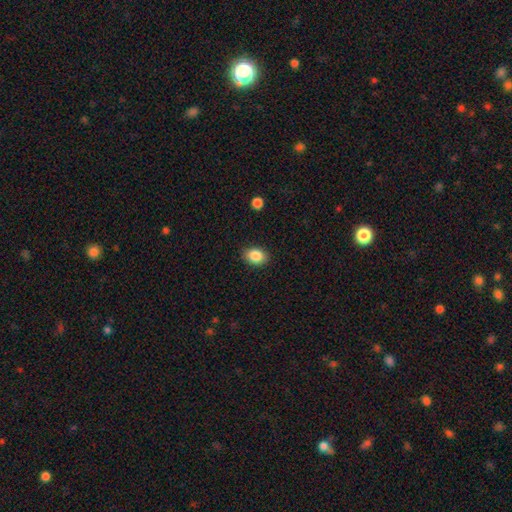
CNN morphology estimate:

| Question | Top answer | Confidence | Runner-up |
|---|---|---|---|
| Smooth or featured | smooth | 87% | star or artifact (8%) |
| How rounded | in between | 72% | round (27%) |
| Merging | none | 87% | minor disturbance (9%) |